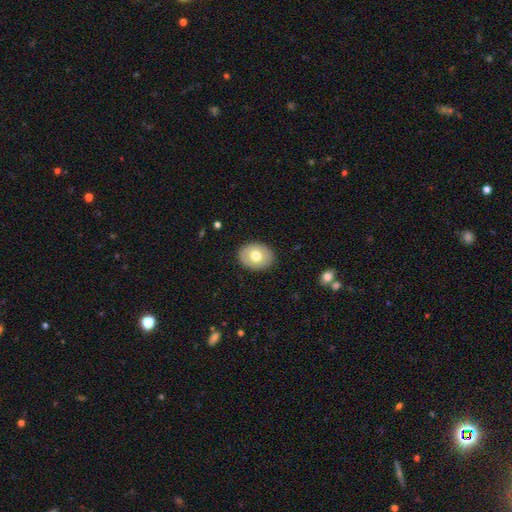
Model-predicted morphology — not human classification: Smooth or featured? Predicted: smooth (p=0.66). How rounded? Predicted: in between (p=0.63). Merging? Predicted: none (p=0.87).